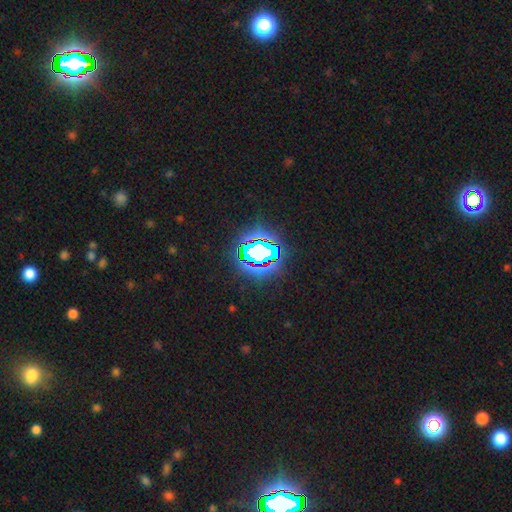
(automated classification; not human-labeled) star or artifact 83%, smooth 11%, featured or disk 7%.